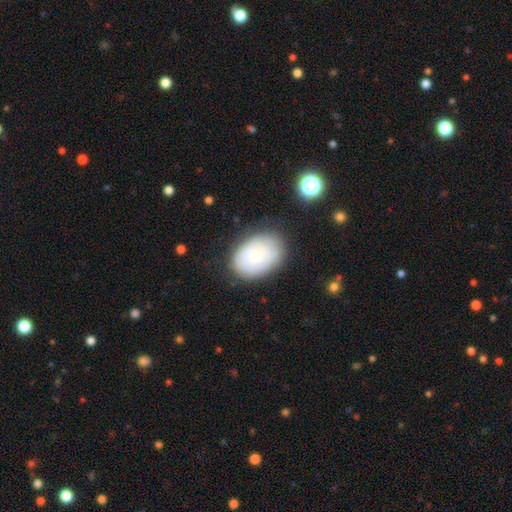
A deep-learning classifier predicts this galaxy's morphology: Overall: smooth (57%; featured or disk 35%). How rounded: in between (78%). Merging: none (73%).